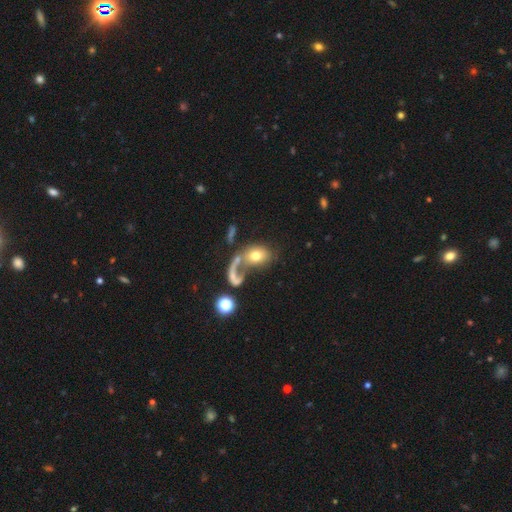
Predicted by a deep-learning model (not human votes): smooth 58%, featured or disk 32%, star or artifact 10%. Down the decision tree: how rounded — in between (63%); merging — major disturbance (34%).